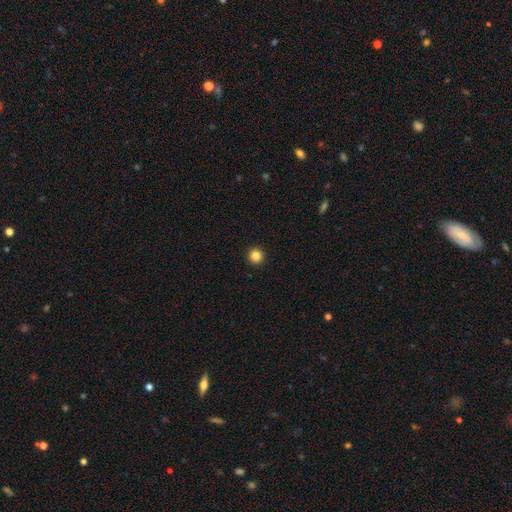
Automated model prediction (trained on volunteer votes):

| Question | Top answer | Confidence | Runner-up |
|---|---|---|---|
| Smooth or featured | smooth | 84% | star or artifact (12%) |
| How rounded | round | 96% | in between (3%) |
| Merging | none | 94% | minor disturbance (4%) |